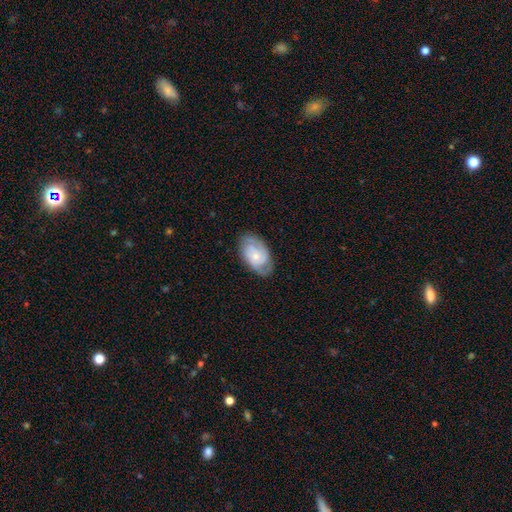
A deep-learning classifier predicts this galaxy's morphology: featured or disk 60%, smooth 34%, star or artifact 6%. Down the decision tree: edge-on disk — no (95%); bar — no (74%); spiral arms — yes (85%); bulge size — small (63%); merging — none (75%).